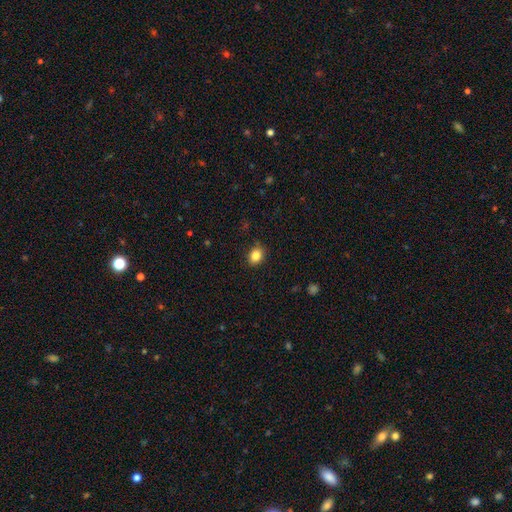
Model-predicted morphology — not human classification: A smooth galaxy with no disk features (85%) that is in between round and cigar-shaped (53%). Merging: none (87%).